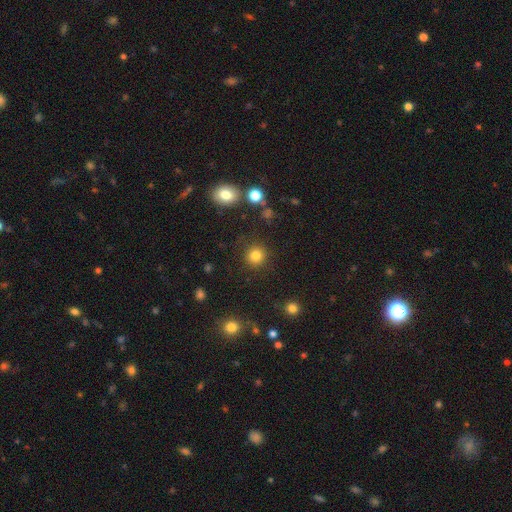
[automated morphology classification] smooth_or_featured: smooth (p=0.83) [alt: star or artifact p=0.12]
how_rounded: round (p=0.92) [alt: in between p=0.07]
merging: none (p=0.89) [alt: minor disturbance p=0.06]